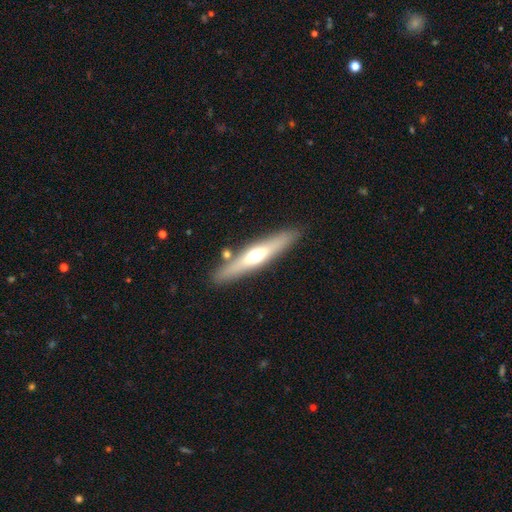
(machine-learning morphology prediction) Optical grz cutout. It shows a featured or disk galaxy (54%) viewed edge-on (89%). Merging: none (84%).